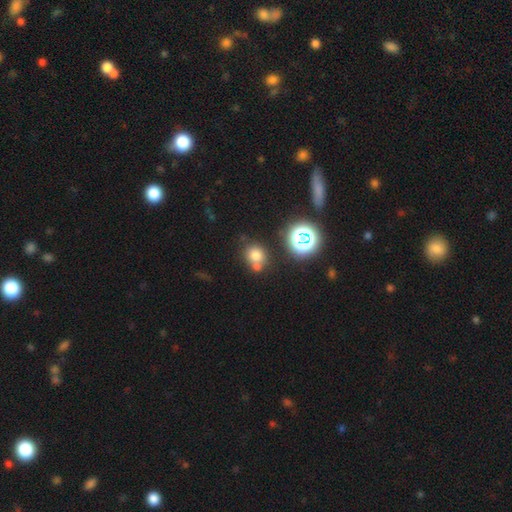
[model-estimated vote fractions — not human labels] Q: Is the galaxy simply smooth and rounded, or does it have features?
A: smooth — 71%.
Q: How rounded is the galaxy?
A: round — 76%.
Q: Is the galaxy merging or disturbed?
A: none — 58%.